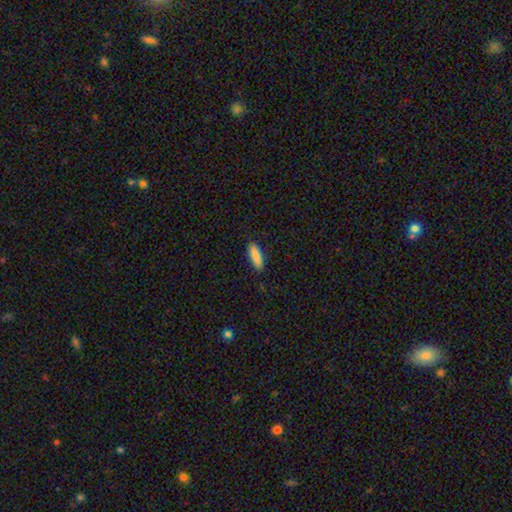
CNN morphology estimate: Smooth or featured: smooth — 88% (star or artifact — 6%)
How rounded: cigar-shaped — 53% (in between — 45%)
Merging: none — 87% (minor disturbance — 10%)